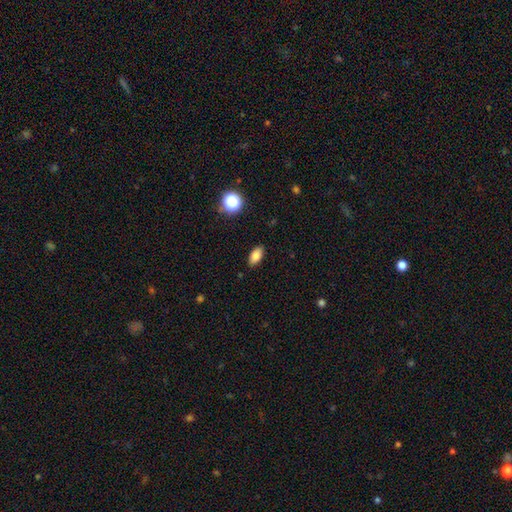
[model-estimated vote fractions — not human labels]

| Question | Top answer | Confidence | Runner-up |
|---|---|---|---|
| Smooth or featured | smooth | 81% | star or artifact (10%) |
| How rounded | in between | 88% | cigar-shaped (7%) |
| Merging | none | 88% | minor disturbance (8%) |